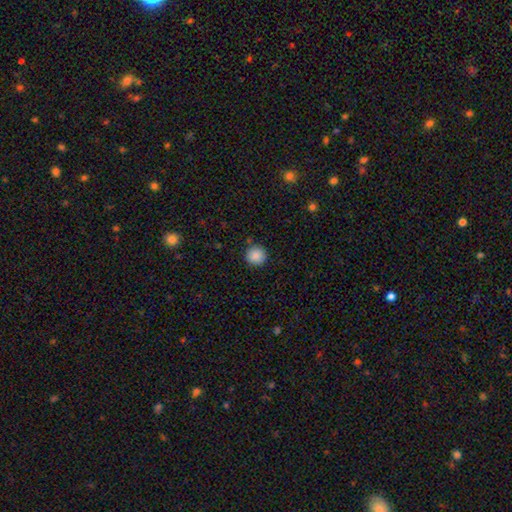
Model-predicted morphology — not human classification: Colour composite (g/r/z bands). It shows a smooth galaxy with no disk features (88%) that is round (95%). Merging: none (90%).